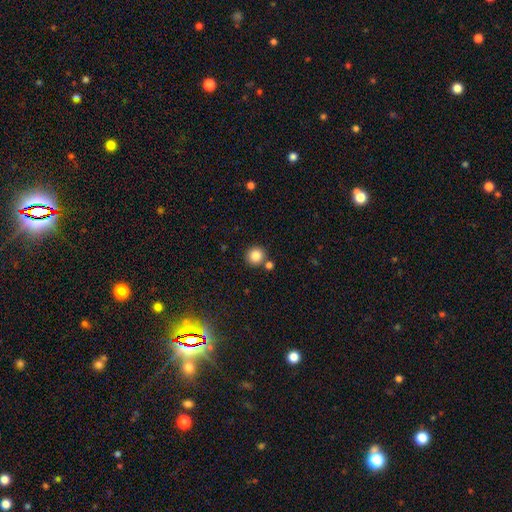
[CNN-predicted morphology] A smooth galaxy with no disk features (85%) that is round (93%). Merging: none (80%).